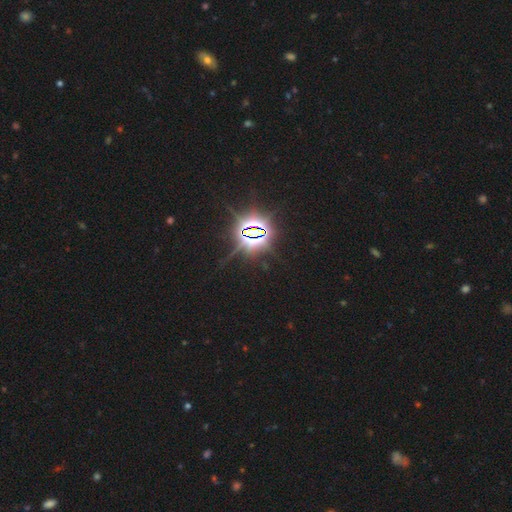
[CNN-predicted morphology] A star or artifact, not a galaxy (84%).